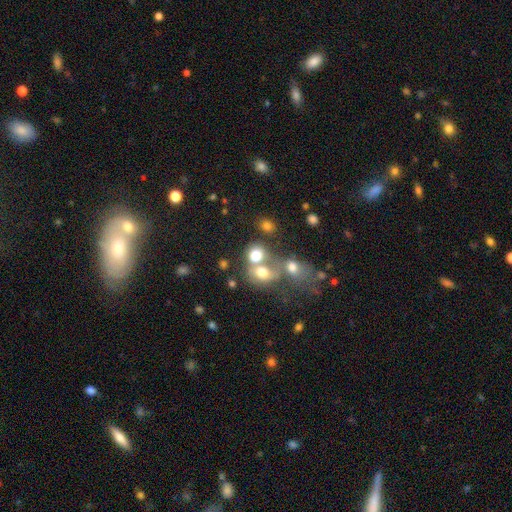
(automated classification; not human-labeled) A smooth galaxy with no disk features (71%) that is round (66%).

Vote fractions:
- Smooth or featured? smooth: 71% / star or artifact: 14% / featured or disk: 14%
- How rounded? round: 66% / in between: 32% / cigar-shaped: 1%
- Merging? merger: 53% / none: 32% / minor disturbance: 8% / major disturbance: 7%